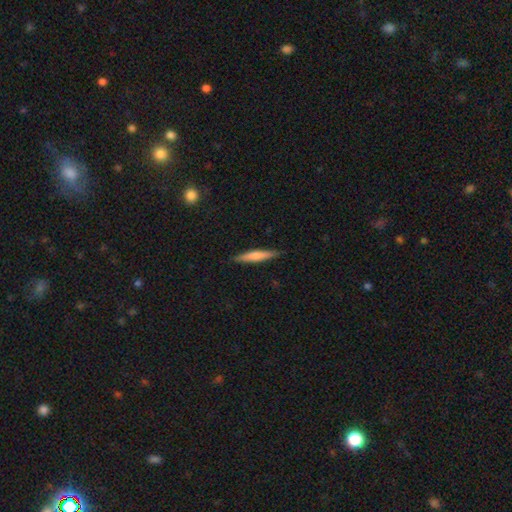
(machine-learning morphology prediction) Smooth or featured?
  - smooth: 64% *
  - featured or disk: 31%
  - star or artifact: 6%
How rounded?
  - cigar-shaped: 92% *
  - in between: 7%
  - round: 1%
Merging?
  - none: 90% *
  - minor disturbance: 8%
  - major disturbance: 2%
  - merger: 1%